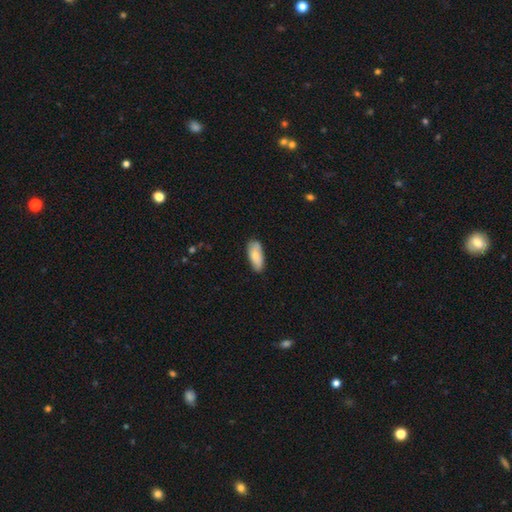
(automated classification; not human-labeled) Smooth or featured: smooth — 78% (featured or disk — 17%)
How rounded: in between — 84% (cigar-shaped — 14%)
Merging: none — 80% (minor disturbance — 16%)